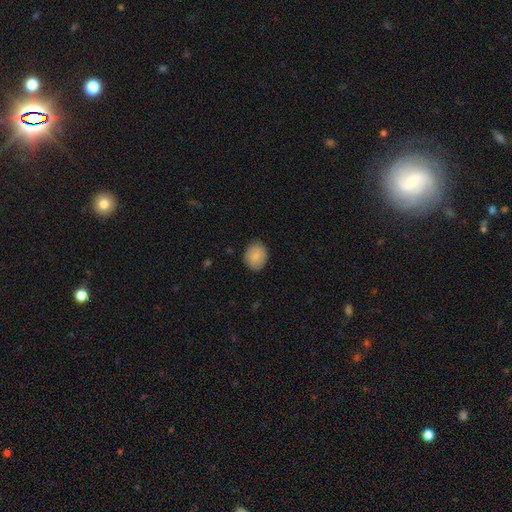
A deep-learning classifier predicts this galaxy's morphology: type=smooth (86%); roundness=round (52%); merging=none (84%).